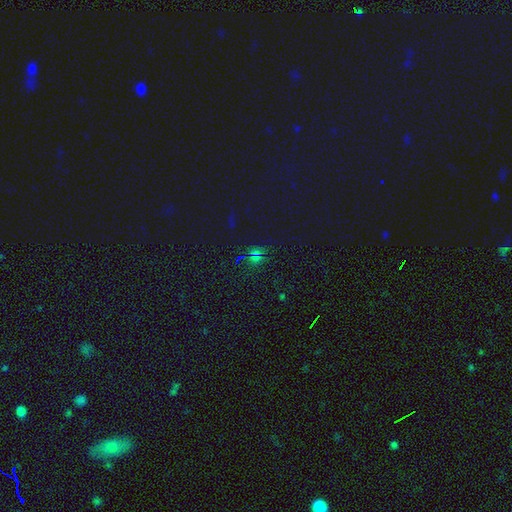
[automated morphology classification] Overall: star or artifact (62%; smooth 30%).